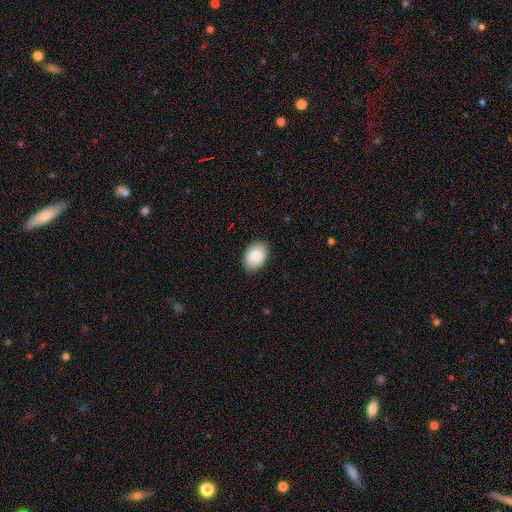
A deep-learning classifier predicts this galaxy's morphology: Smooth or featured?
  - smooth: 85% *
  - featured or disk: 9%
  - star or artifact: 6%
How rounded?
  - in between: 84% *
  - round: 15%
  - cigar-shaped: 1%
Merging?
  - none: 87% *
  - minor disturbance: 10%
  - major disturbance: 2%
  - merger: 1%